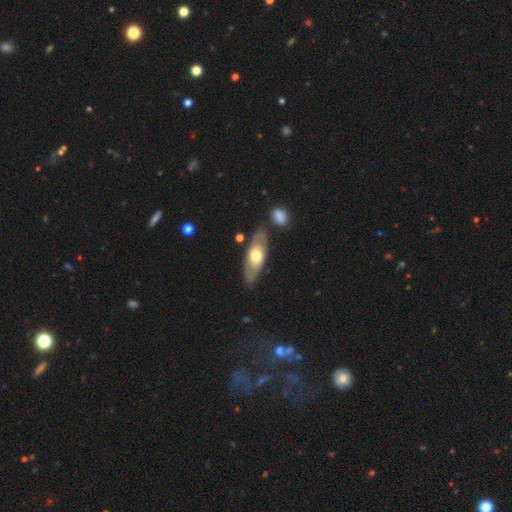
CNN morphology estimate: smooth-or-featured: featured or disk: 52% | smooth: 43% | star or artifact: 5%
  disk-edge-on: no: 71% | yes: 29%
  merging: none: 78% | minor disturbance: 13% | merger: 5% | major disturbance: 4%